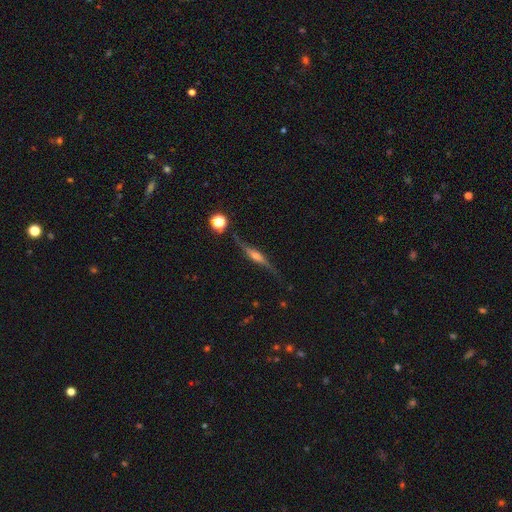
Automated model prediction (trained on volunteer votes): A featured or disk galaxy (77%) viewed edge-on (92%) with a rounded central bulge (79%).

Vote fractions:
- Smooth or featured? featured or disk: 77% / smooth: 16% / star or artifact: 8%
- Edge-on disk? yes: 92% / no: 8%
- Edge-on bulge? rounded: 79% / boxy: 13% / none: 7%
- Merging? none: 76% / minor disturbance: 16% / major disturbance: 5% / merger: 3%